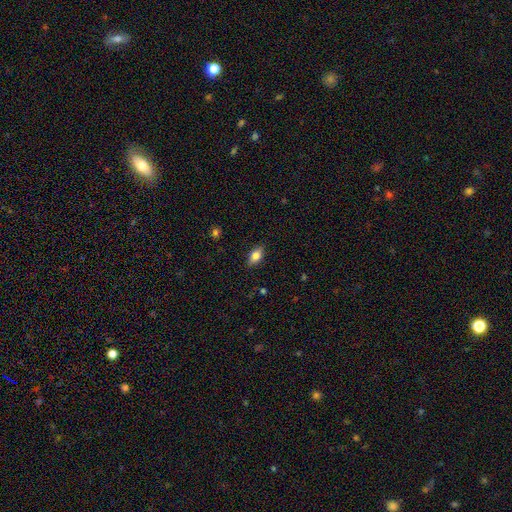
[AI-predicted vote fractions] This is clearly a smooth galaxy (81%). How rounded: clearly in between (88%). Merging: clearly none (86%).